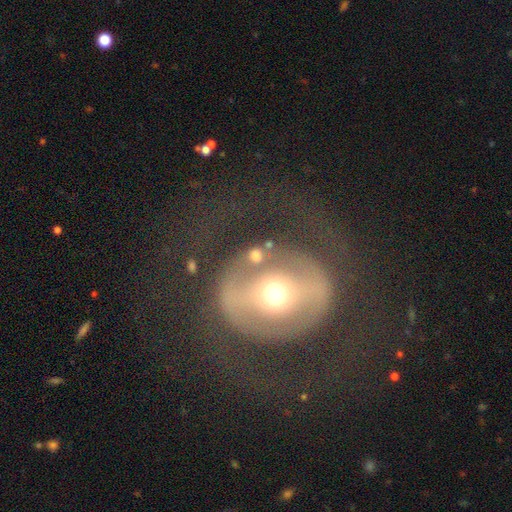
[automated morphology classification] A smooth galaxy with no disk features (48%).

Vote fractions:
- Smooth or featured? smooth: 48% / featured or disk: 35% / star or artifact: 18%
- Merging? none: 49% / major disturbance: 18% / merger: 18% / minor disturbance: 14%